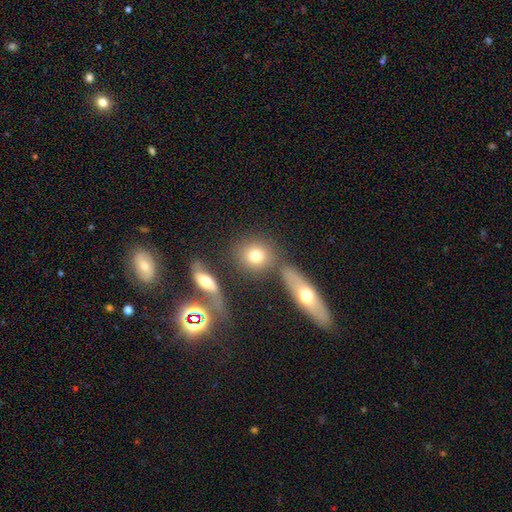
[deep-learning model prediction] Overall: smooth (76%). How rounded: round (72%). Merging: none (64%).